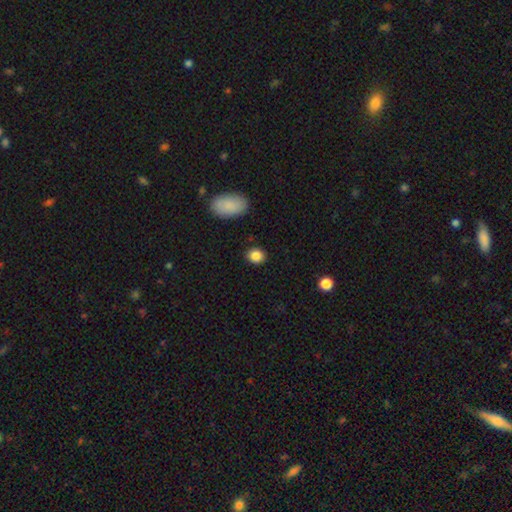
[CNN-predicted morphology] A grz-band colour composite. It shows a smooth galaxy with no disk features (86%) that is round (65%). Merging: none (87%).